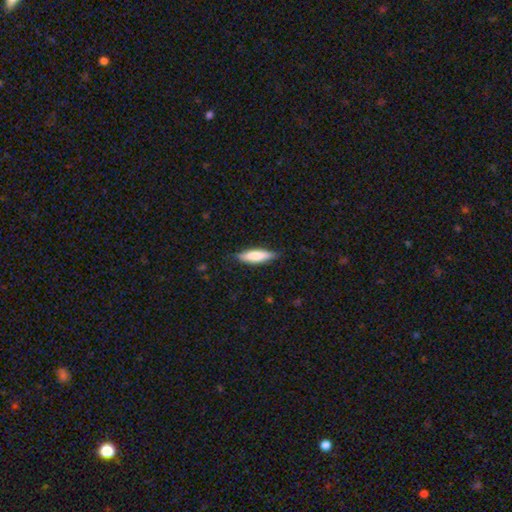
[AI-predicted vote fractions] Smooth or featured?
  - smooth: 76% *
  - featured or disk: 18%
  - star or artifact: 5%
How rounded?
  - cigar-shaped: 61% *
  - in between: 37%
  - round: 2%
Merging?
  - none: 82% *
  - minor disturbance: 15%
  - major disturbance: 3%
  - merger: 1%